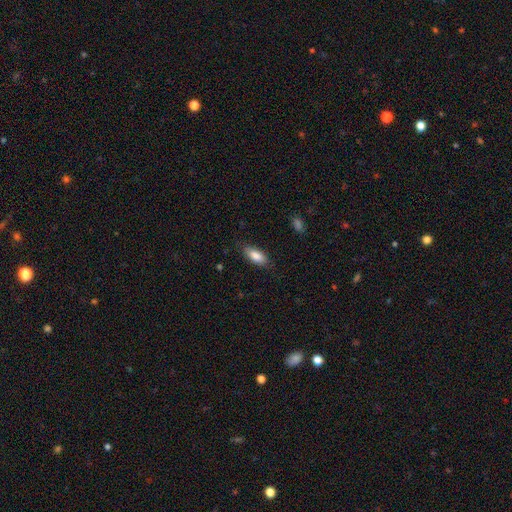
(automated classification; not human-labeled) This is clearly a smooth galaxy (85%). How rounded: clearly in between (84%). Merging: clearly none (82%).